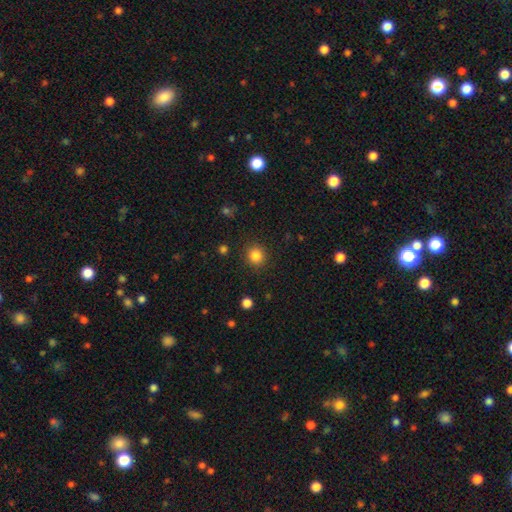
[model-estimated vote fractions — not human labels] A smooth galaxy with no disk features (84%) that is round (89%). Merging: none (90%).